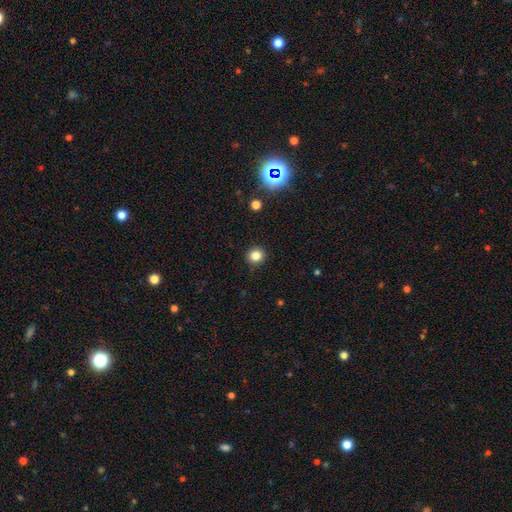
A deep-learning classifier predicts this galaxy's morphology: A smooth galaxy with no disk features (82%) that is round (90%). Merging: none (91%).